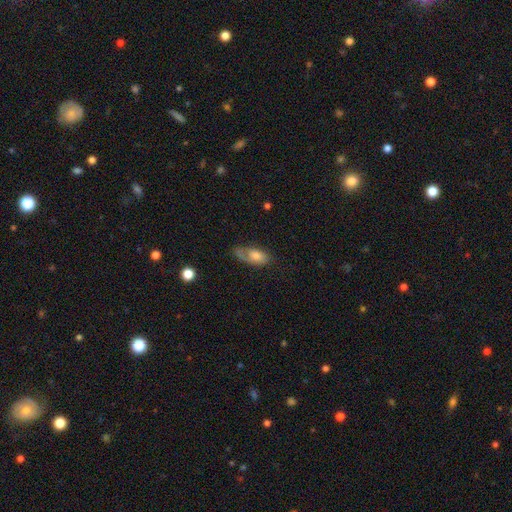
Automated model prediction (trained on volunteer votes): A smooth galaxy with no disk features (54%) that is in between round and cigar-shaped (87%).

Vote fractions:
- Smooth or featured? smooth: 54% / featured or disk: 37% / star or artifact: 8%
- How rounded? in between: 87% / cigar-shaped: 8% / round: 6%
- Merging? none: 46% / minor disturbance: 28% / major disturbance: 23% / merger: 4%